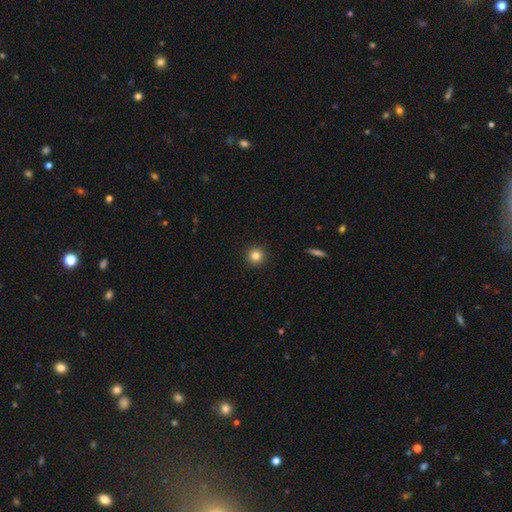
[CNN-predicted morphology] This appears to be a smooth galaxy with no disk features (83%) that is round (96%). Merging: none (93%).